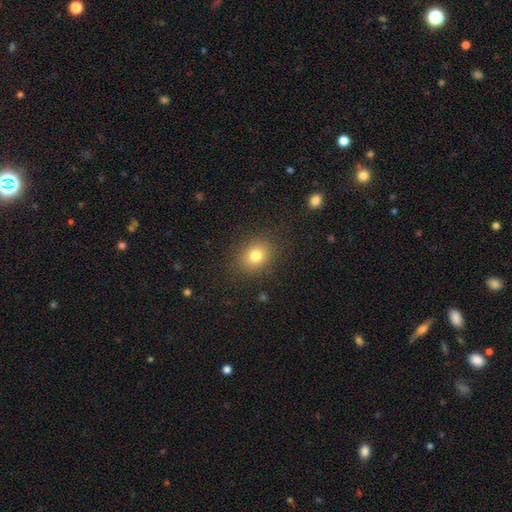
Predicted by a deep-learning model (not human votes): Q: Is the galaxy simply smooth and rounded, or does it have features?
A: smooth — 80%.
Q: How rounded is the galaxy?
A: round — 62%.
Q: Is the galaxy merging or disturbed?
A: none — 86%.